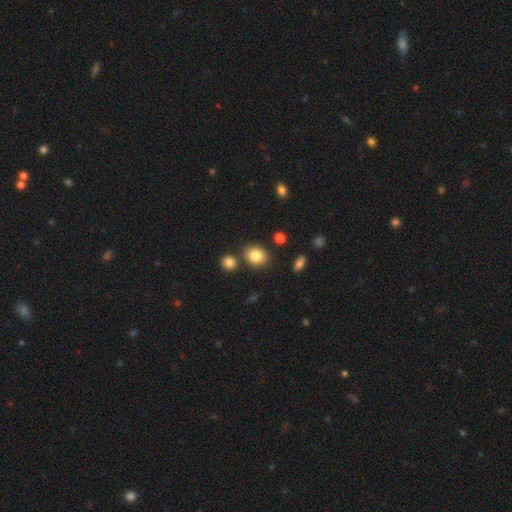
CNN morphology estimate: A smooth galaxy with no disk features (85%) that is round (60%).

Vote fractions:
- Smooth or featured? smooth: 85% / star or artifact: 9% / featured or disk: 7%
- How rounded? round: 60% / in between: 39% / cigar-shaped: 1%
- Merging? none: 77% / minor disturbance: 10% / merger: 10% / major disturbance: 3%